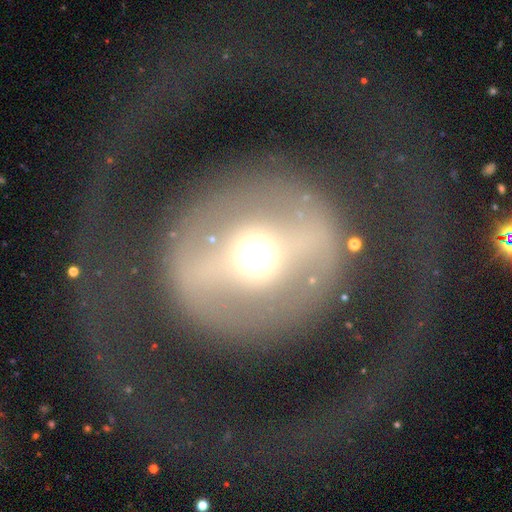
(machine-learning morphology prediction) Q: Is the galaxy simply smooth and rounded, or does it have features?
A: featured or disk — 69%.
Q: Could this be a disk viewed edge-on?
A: no — 91%.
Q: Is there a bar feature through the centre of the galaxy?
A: strong — 57%.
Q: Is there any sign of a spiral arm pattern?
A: no — 62%.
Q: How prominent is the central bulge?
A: moderate — 63%.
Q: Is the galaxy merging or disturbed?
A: none — 65%.